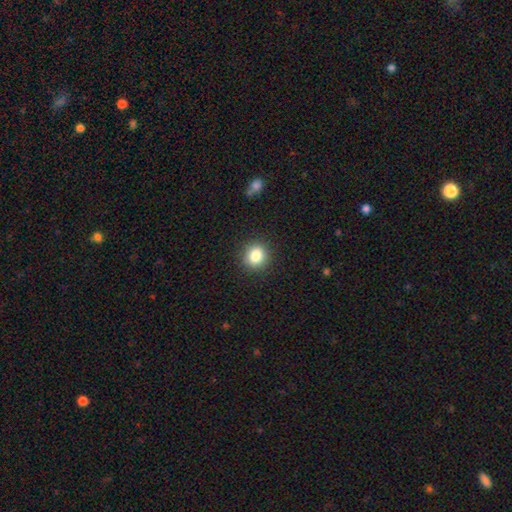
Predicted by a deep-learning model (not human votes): A smooth galaxy with no disk features (84%) that is round (81%).

Vote fractions:
- Smooth or featured? smooth: 84% / star or artifact: 10% / featured or disk: 6%
- How rounded? round: 81% / in between: 18% / cigar-shaped: 1%
- Merging? none: 90% / minor disturbance: 7% / major disturbance: 2% / merger: 1%